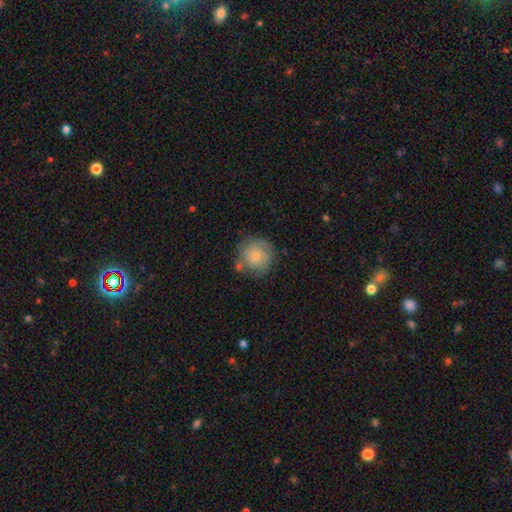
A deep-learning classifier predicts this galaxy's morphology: Smooth or featured?
  - smooth: 68% *
  - featured or disk: 25%
  - star or artifact: 8%
How rounded?
  - round: 93% *
  - in between: 6%
  - cigar-shaped: 1%
Merging?
  - none: 64% *
  - minor disturbance: 22%
  - major disturbance: 8%
  - merger: 6%